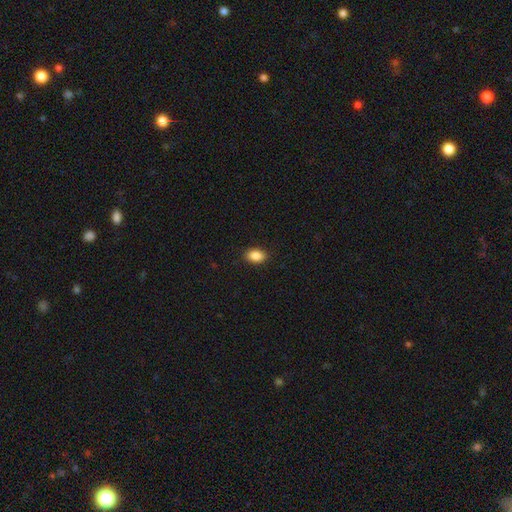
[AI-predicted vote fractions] Smooth or featured?
  - smooth: 88% *
  - star or artifact: 8%
  - featured or disk: 3%
How rounded?
  - in between: 82% *
  - round: 16%
  - cigar-shaped: 1%
Merging?
  - none: 89% *
  - minor disturbance: 8%
  - major disturbance: 2%
  - merger: 1%